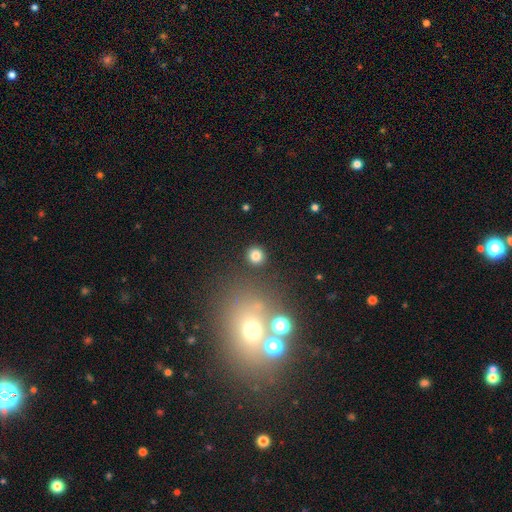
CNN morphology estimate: smooth 81%, star or artifact 13%, featured or disk 6%. Down the decision tree: how rounded — round (89%); merging — none (88%).